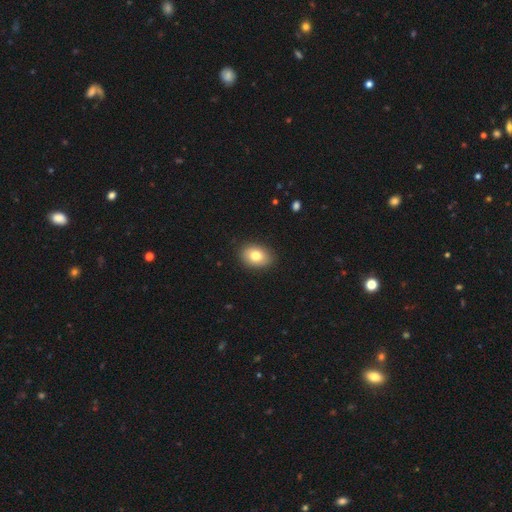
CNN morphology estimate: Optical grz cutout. It shows a smooth galaxy with no disk features (80%) that is in between round and cigar-shaped (76%). Merging: none (88%).